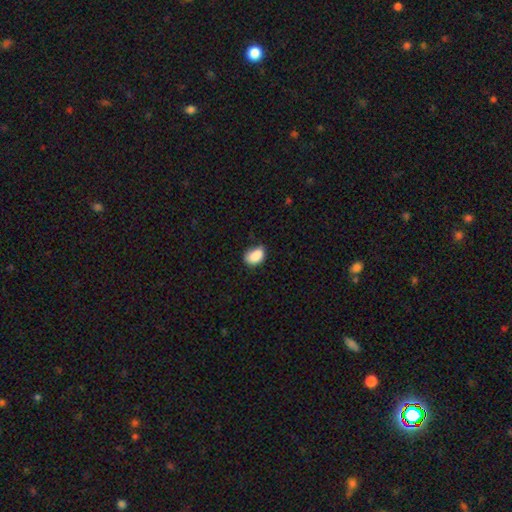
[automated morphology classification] Q: Smooth or featured?
A: smooth (87%); runner-up: star or artifact (8%)
Q: How rounded?
A: in between (80%); runner-up: round (19%)
Q: Merging?
A: none (58%); runner-up: minor disturbance (32%)